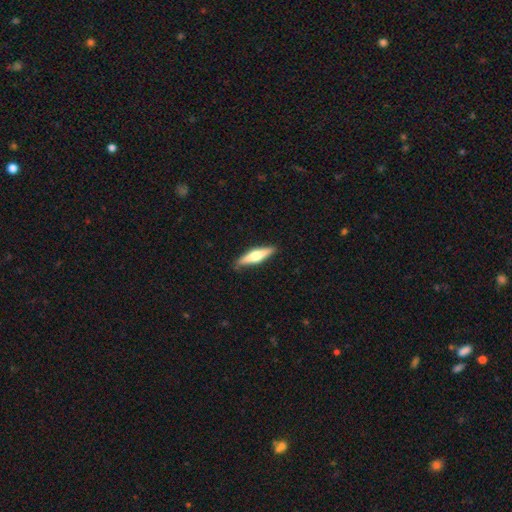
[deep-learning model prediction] A featured or disk galaxy (50%) viewed edge-on (95%). Merging: none (88%).